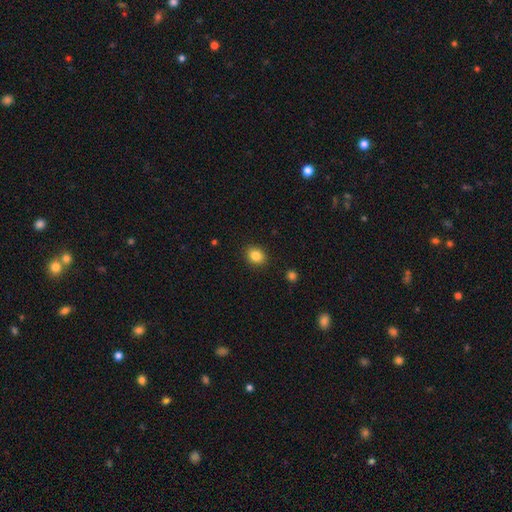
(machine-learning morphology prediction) type=smooth (84%); roundness=round (61%); merging=none (90%).